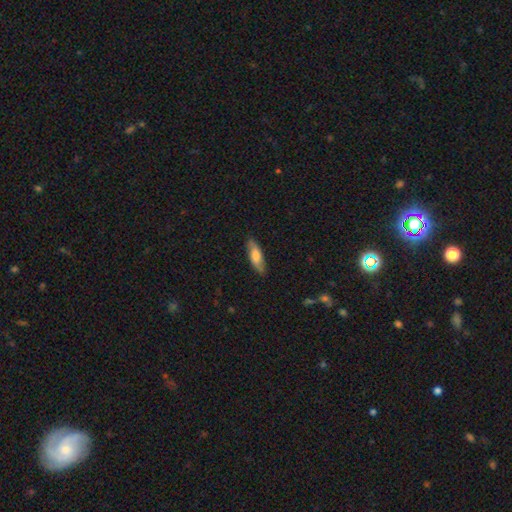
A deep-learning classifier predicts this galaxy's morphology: Smooth or featured: smooth — 68% (featured or disk — 27%)
How rounded: in between — 49% (tied with cigar-shaped — 49%)
Merging: none — 85% (minor disturbance — 11%)